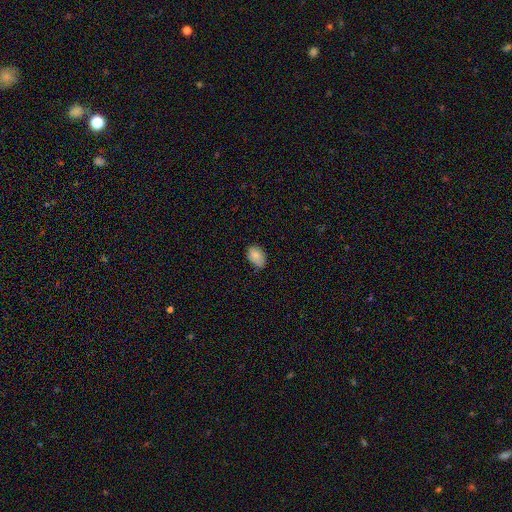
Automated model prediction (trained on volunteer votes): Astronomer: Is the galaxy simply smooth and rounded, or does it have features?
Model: smooth — 85%.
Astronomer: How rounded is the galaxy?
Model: in between — 86%.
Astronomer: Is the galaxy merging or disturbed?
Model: none — 70%.